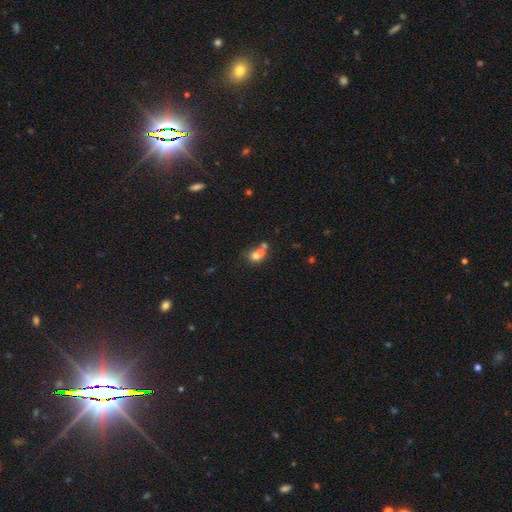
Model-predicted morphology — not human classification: A smooth galaxy with no disk features (64%) that is round (71%).

Vote fractions:
- Smooth or featured? smooth: 64% / featured or disk: 21% / star or artifact: 15%
- How rounded? round: 71% / in between: 28% / cigar-shaped: 1%
- Merging? merger: 57% / none: 31% / minor disturbance: 7% / major disturbance: 5%